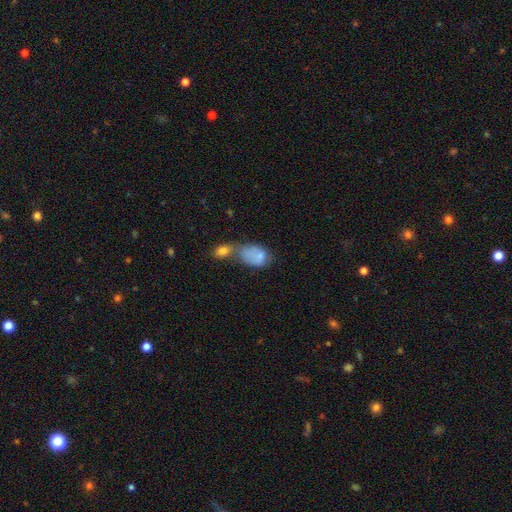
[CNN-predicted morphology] A smooth galaxy with no disk features (76%) that is in between round and cigar-shaped (83%). Merging: merger (58%).